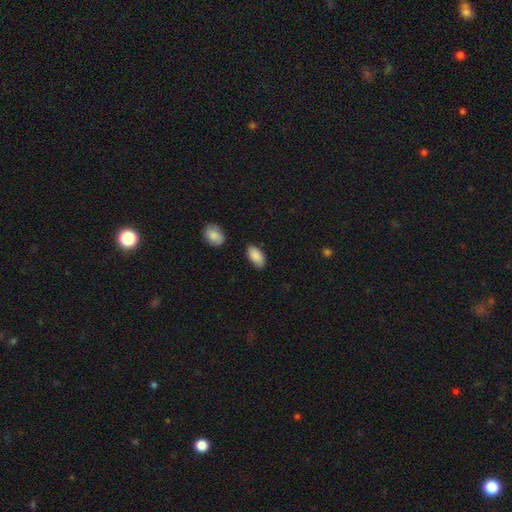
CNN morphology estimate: This is clearly a smooth galaxy (89%). How rounded: clearly in between (95%). Merging: clearly none (81%).